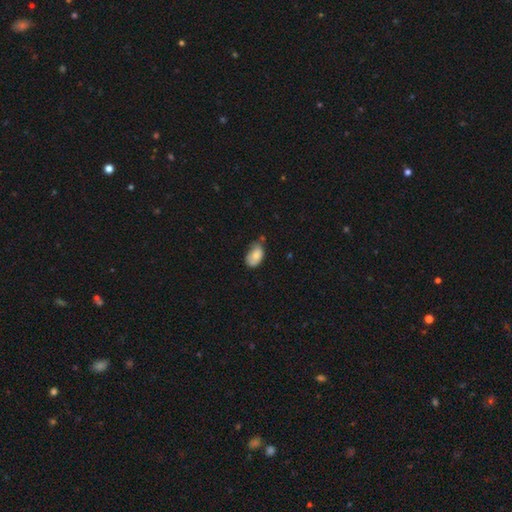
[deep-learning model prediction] Smooth or featured? smooth (81%)
How rounded? in between (92%)
Merging? none (44%)